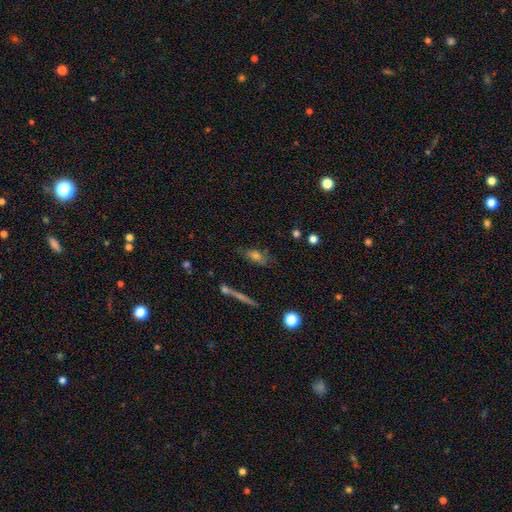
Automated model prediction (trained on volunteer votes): Q: Smooth or featured?
A: smooth (64%); runner-up: featured or disk (22%)
Q: How rounded?
A: in between (62%); runner-up: cigar-shaped (30%)
Q: Merging?
A: none (69%); runner-up: minor disturbance (18%)